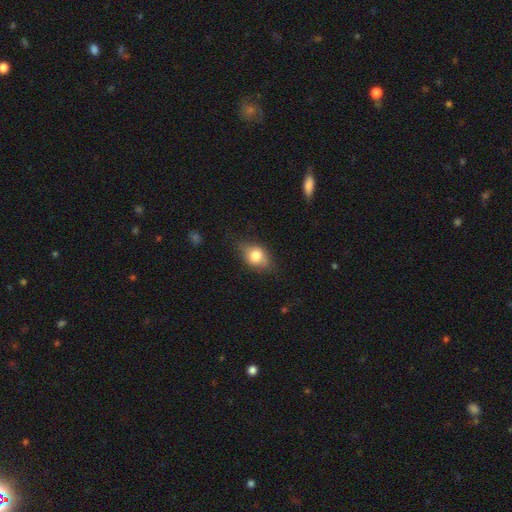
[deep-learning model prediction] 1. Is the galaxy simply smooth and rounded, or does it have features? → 76% smooth, 16% featured or disk, 8% star or artifact.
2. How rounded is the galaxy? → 68% in between, 29% round, 2% cigar-shaped.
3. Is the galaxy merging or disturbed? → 66% none, 26% minor disturbance, 7% major disturbance, 1% merger.